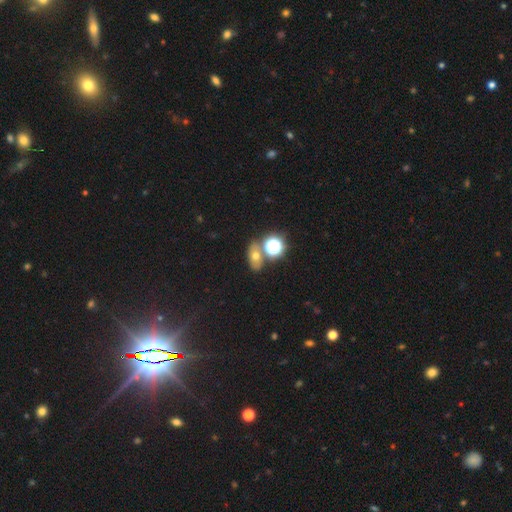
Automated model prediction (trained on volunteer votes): Overall: smooth (57%; star or artifact 25%). How rounded: in between (69%). Merging: none (67%).